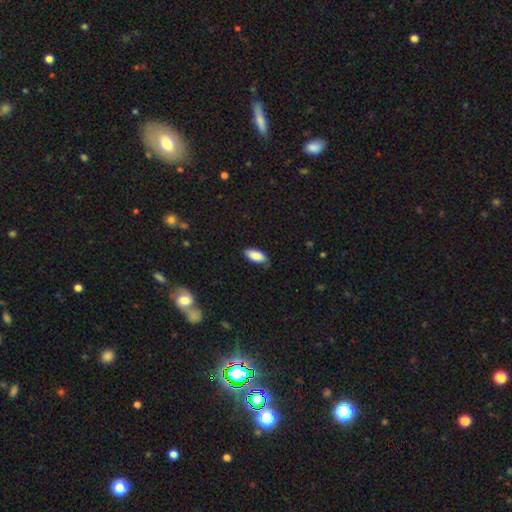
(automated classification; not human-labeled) A smooth galaxy with no disk features (86%) that is in between round and cigar-shaped (89%).

Vote fractions:
- Smooth or featured? smooth: 86% / featured or disk: 8% / star or artifact: 6%
- How rounded? in between: 89% / cigar-shaped: 9% / round: 2%
- Merging? none: 70% / minor disturbance: 24% / major disturbance: 4% / merger: 1%